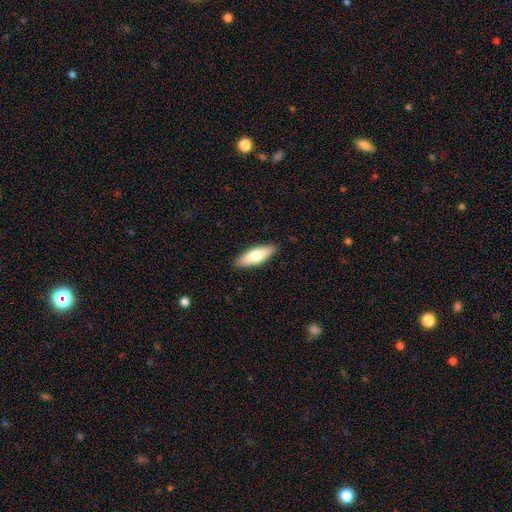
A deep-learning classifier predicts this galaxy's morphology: Q: Smooth or featured?
A: smooth (69%); runner-up: featured or disk (25%)
Q: How rounded?
A: in between (56%); runner-up: cigar-shaped (42%)
Q: Merging?
A: none (89%); runner-up: minor disturbance (8%)